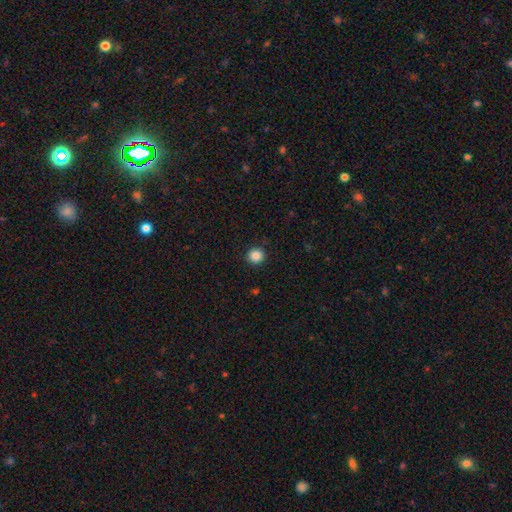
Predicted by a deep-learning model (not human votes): Smooth or featured: smooth — 87% (star or artifact — 10%)
How rounded: round — 93% (in between — 6%)
Merging: none — 91% (minor disturbance — 6%)